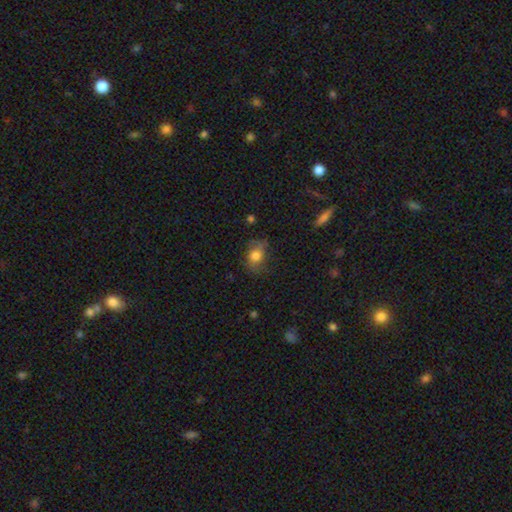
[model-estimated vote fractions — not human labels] A smooth galaxy with no disk features (68%) that is in between round and cigar-shaped (59%).

Vote fractions:
- Smooth or featured? smooth: 68% / featured or disk: 22% / star or artifact: 11%
- How rounded? in between: 59% / round: 39% / cigar-shaped: 2%
- Merging? none: 58% / minor disturbance: 26% / major disturbance: 14% / merger: 2%